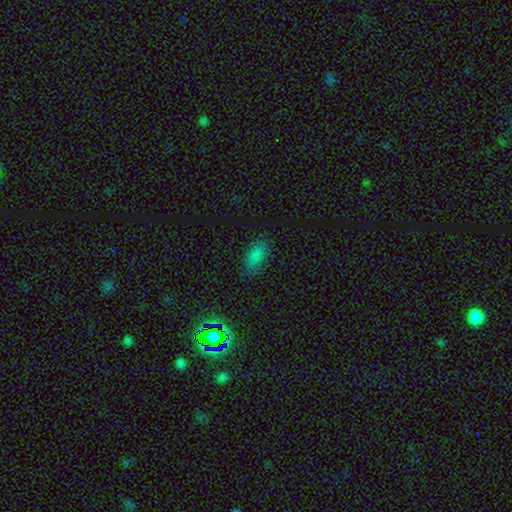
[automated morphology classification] smooth 81%, star or artifact 14%, featured or disk 5%. Down the decision tree: how rounded — in between (92%); merging — none (79%).